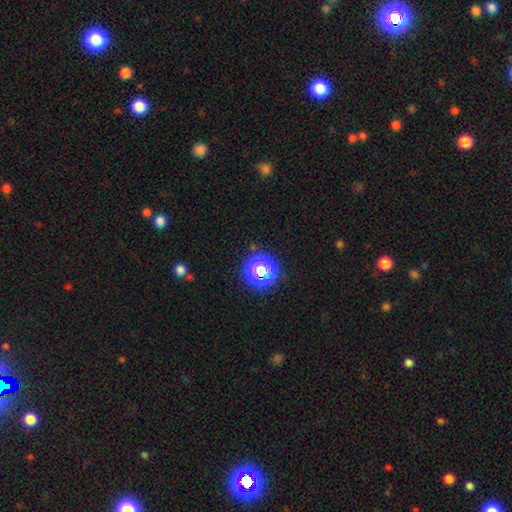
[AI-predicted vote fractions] The model was most divided on "smooth or featured": star or artifact: 56%, smooth: 38%, featured or disk: 6%.